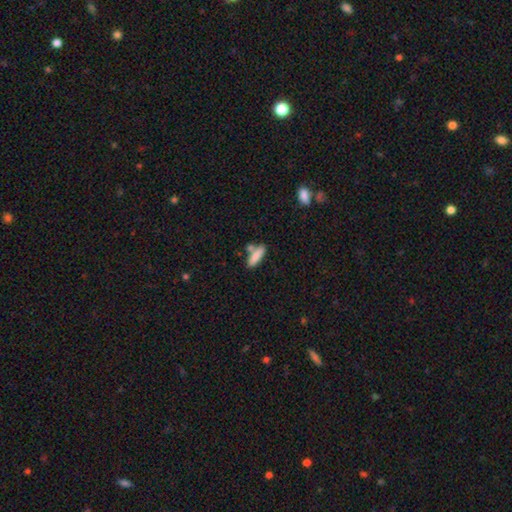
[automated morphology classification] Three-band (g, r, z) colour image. It shows a smooth galaxy with no disk features (83%) that is cigar-shaped (51%). Merging: none (62%).